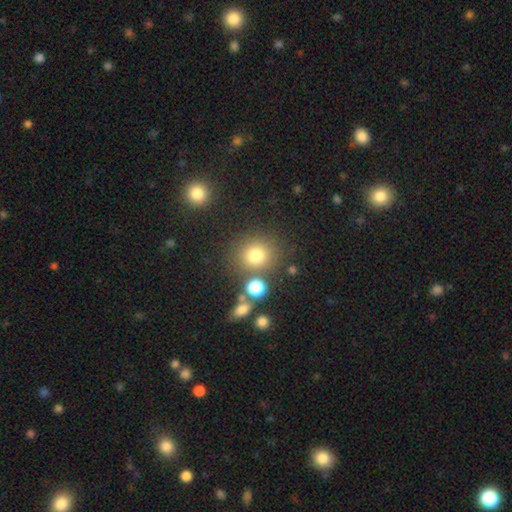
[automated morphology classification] A smooth galaxy with no disk features (76%) that is round (83%).

Vote fractions:
- Smooth or featured? smooth: 76% / star or artifact: 16% / featured or disk: 8%
- How rounded? round: 83% / in between: 16% / cigar-shaped: 1%
- Merging? none: 76% / minor disturbance: 11% / merger: 9% / major disturbance: 5%